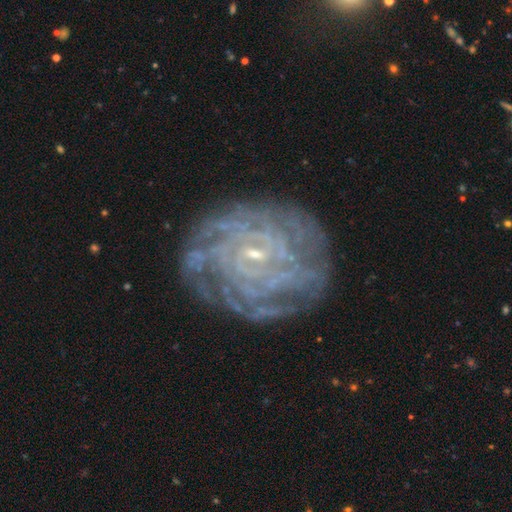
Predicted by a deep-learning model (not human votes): smooth-or-featured: featured or disk: 84% | star or artifact: 8% | smooth: 8%
  disk-edge-on: no: 97% | yes: 3%
    bar: no: 49% | weak: 38% | strong: 13%
    has-spiral-arms: yes: 95% | no: 5%
      spiral-winding: tight: 82% | medium: 15% | loose: 4%
      spiral-arm-count: can't tell: 32% | more than 4: 22% | 4: 17% | 3: 11% | 2: 10% | 1: 8%
    bulge-size: small: 84% | moderate: 11% | none: 3% | large: 1% | dominant: 1%
  merging: none: 78% | minor disturbance: 15% | major disturbance: 6% | merger: 2%